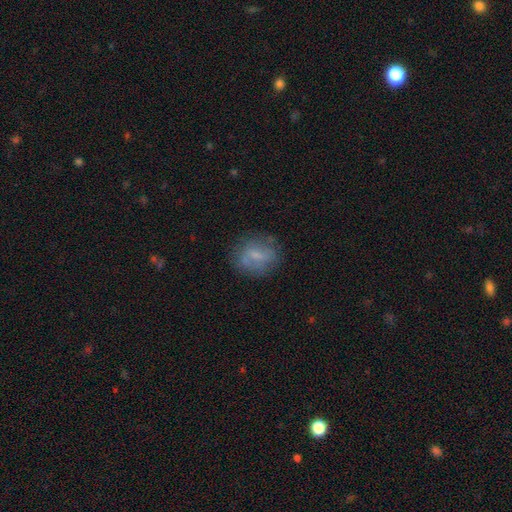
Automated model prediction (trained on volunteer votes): smooth_or_featured: smooth (p=0.55) [alt: featured or disk p=0.36]
how_rounded: round (p=0.55) [alt: in between p=0.43]
merging: none (p=0.73) [alt: minor disturbance p=0.18]